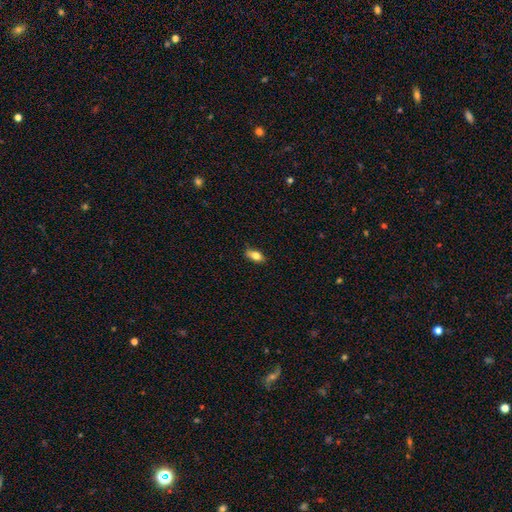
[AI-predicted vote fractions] Smooth or featured: smooth — 77% (featured or disk — 16%)
How rounded: in between — 83% (cigar-shaped — 12%)
Merging: none — 79% (minor disturbance — 17%)